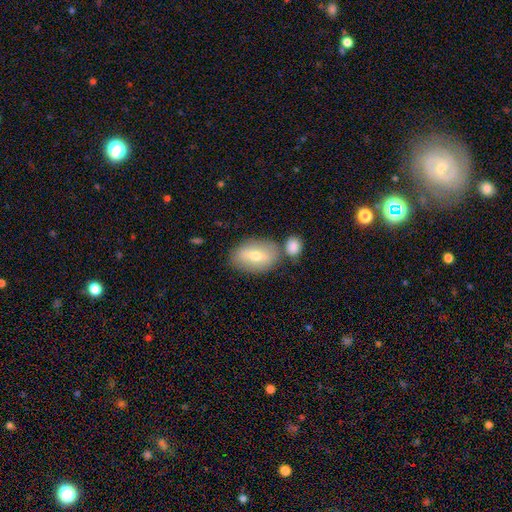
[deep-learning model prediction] A smooth galaxy with no disk features (60%) that is in between round and cigar-shaped (86%). Merging: none (62%).